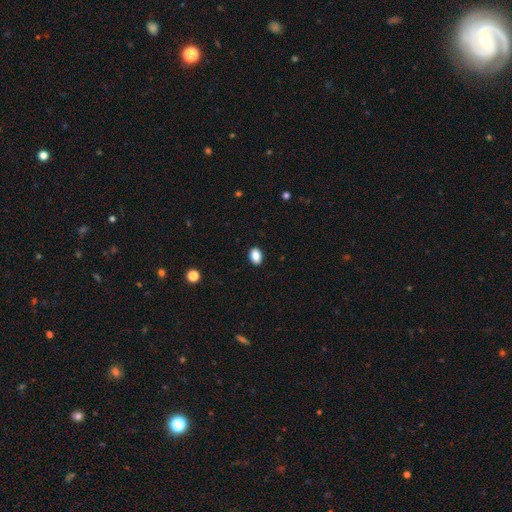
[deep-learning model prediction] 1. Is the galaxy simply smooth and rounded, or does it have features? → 87% smooth, 9% star or artifact, 5% featured or disk.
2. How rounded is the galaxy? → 80% in between, 19% round, 1% cigar-shaped.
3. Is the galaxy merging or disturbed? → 90% none, 7% minor disturbance, 2% major disturbance, 1% merger.